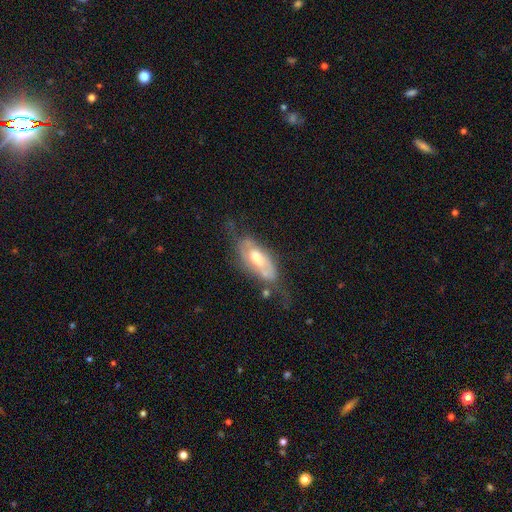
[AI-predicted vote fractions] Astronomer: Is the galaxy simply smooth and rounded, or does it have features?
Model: featured or disk — 60%.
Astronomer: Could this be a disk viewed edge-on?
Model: no — 81%.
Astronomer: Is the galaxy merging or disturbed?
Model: none — 41% (runner-up: minor disturbance, 30%).